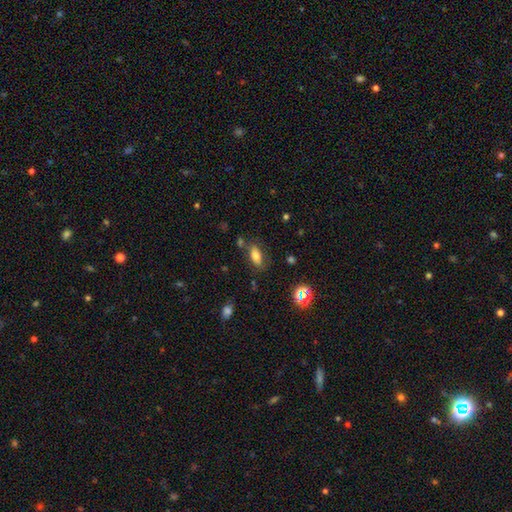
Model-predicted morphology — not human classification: This appears to be a smooth galaxy with no disk features (75%) that is in between round and cigar-shaped (86%). Merging: none (75%).